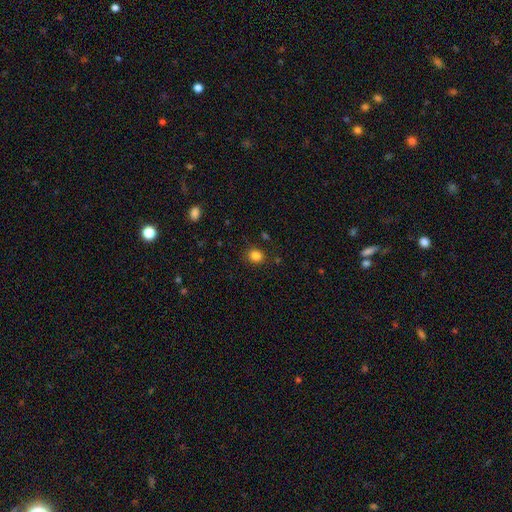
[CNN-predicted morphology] smooth_or_featured: smooth (p=0.84) [alt: star or artifact p=0.12]
how_rounded: round (p=0.74) [alt: in between p=0.25]
merging: none (p=0.87) [alt: minor disturbance p=0.09]